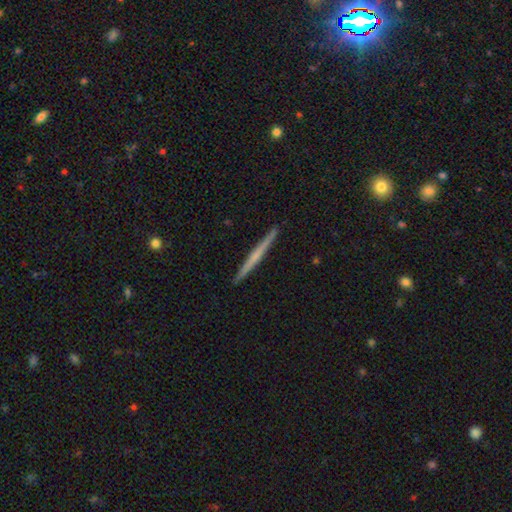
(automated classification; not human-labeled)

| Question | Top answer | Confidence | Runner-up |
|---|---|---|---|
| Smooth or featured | featured or disk | 59% | smooth (35%) |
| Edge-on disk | yes | 98% | no (2%) |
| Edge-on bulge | none | 61% | rounded (31%) |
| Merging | none | 93% | minor disturbance (5%) |